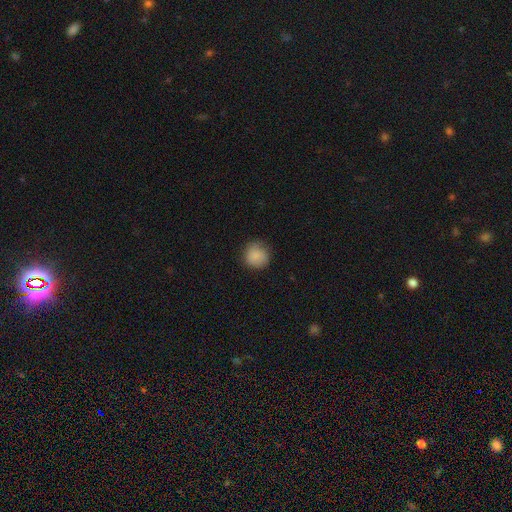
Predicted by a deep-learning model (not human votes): Smooth or featured?
  - smooth: 86% *
  - star or artifact: 8%
  - featured or disk: 6%
How rounded?
  - round: 92% *
  - in between: 7%
  - cigar-shaped: 1%
Merging?
  - none: 81% *
  - minor disturbance: 15%
  - major disturbance: 3%
  - merger: 1%